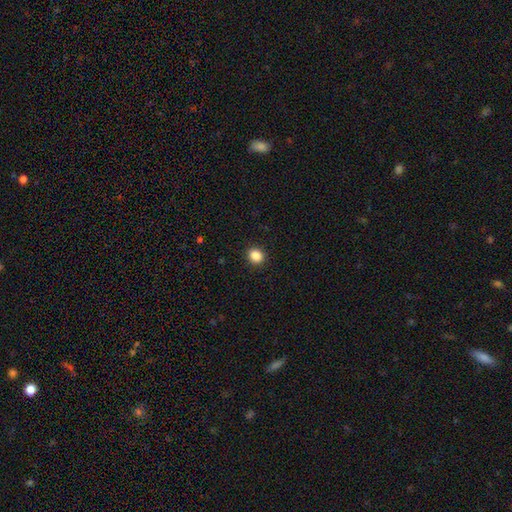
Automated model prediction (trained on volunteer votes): This appears to be a smooth galaxy with no disk features (87%) that is round (70%). Merging: none (92%).